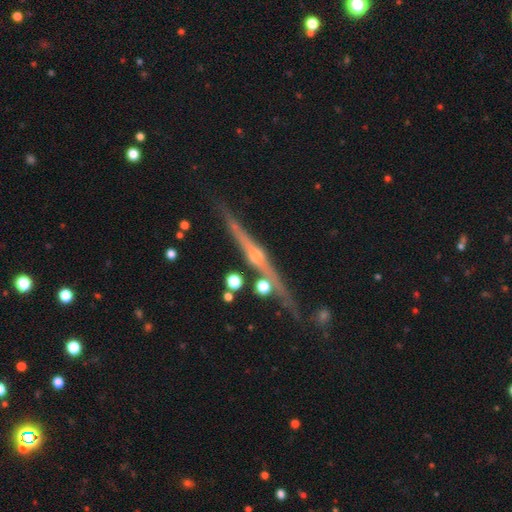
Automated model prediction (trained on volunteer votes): This appears to be a featured or disk galaxy (80%) viewed edge-on (96%) with a rounded central bulge (76%). Merging: none (78%).